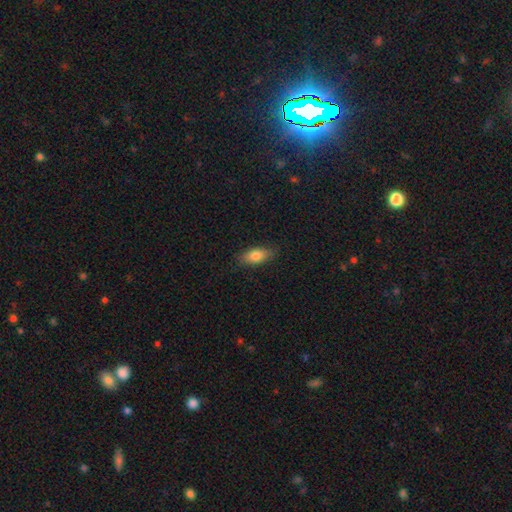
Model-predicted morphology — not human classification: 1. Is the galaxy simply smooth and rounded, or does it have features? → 80% smooth, 12% featured or disk, 7% star or artifact.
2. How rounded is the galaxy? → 83% in between, 13% cigar-shaped, 4% round.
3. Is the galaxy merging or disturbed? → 83% none, 13% minor disturbance, 3% major disturbance, 1% merger.